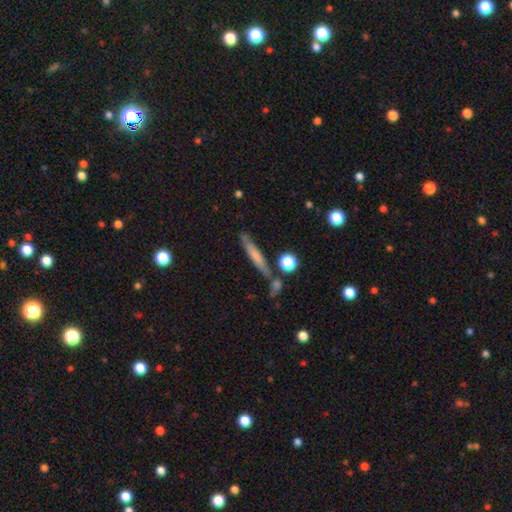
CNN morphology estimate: A smooth galaxy with no disk features (60%) that is cigar-shaped (91%).

Vote fractions:
- Smooth or featured? smooth: 60% / featured or disk: 33% / star or artifact: 8%
- How rounded? cigar-shaped: 91% / in between: 7% / round: 3%
- Merging? none: 71% / minor disturbance: 15% / merger: 10% / major disturbance: 5%